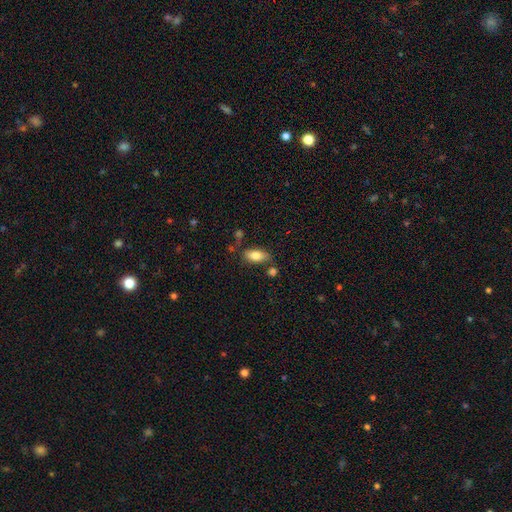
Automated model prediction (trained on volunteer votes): A smooth galaxy with no disk features (79%) that is in between round and cigar-shaped (89%).

Vote fractions:
- Smooth or featured? smooth: 79% / featured or disk: 14% / star or artifact: 7%
- How rounded? in between: 89% / cigar-shaped: 8% / round: 3%
- Merging? none: 72% / minor disturbance: 15% / merger: 8% / major disturbance: 4%